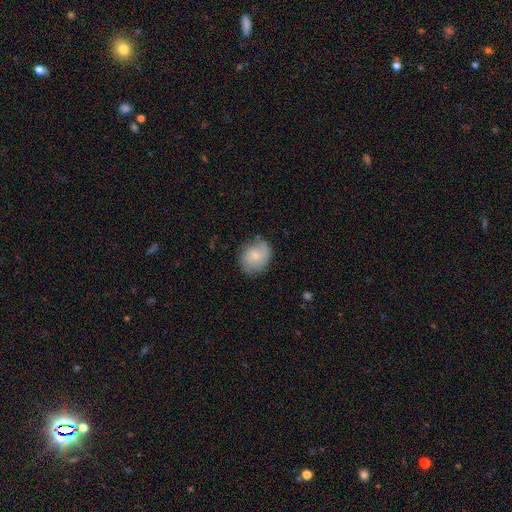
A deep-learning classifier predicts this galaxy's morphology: Smooth or featured: smooth — 67% (featured or disk — 26%)
How rounded: round — 52% (in between — 47%)
Merging: none — 72% (minor disturbance — 21%)